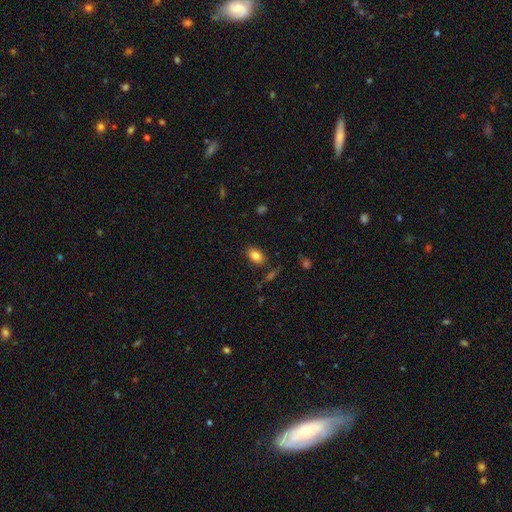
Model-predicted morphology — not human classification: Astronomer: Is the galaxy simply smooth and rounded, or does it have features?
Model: smooth — 83%.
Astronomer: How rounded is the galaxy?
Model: in between — 86%.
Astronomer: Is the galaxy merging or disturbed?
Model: none — 81%.